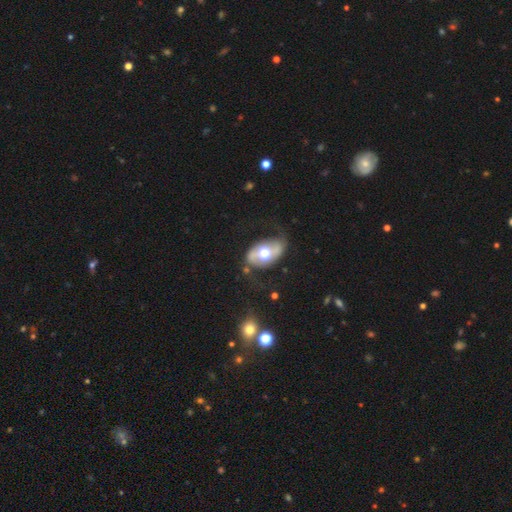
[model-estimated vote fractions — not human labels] smooth-or-featured: featured or disk: 67% | smooth: 27% | star or artifact: 6%
  disk-edge-on: no: 94% | yes: 6%
    bar: no: 66% | weak: 22% | strong: 12%
    has-spiral-arms: yes: 63% | no: 37%
    bulge-size: moderate: 61% | large: 31% | dominant: 3% | small: 3% | none: 1%
  merging: none: 61% | minor disturbance: 21% | major disturbance: 15% | merger: 3%